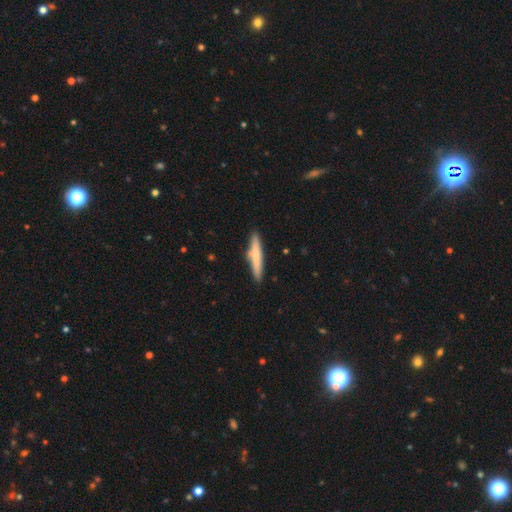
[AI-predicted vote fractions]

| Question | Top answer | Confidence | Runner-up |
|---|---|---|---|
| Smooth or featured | smooth | 66% | featured or disk (28%) |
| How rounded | cigar-shaped | 92% | in between (6%) |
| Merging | none | 84% | minor disturbance (11%) |